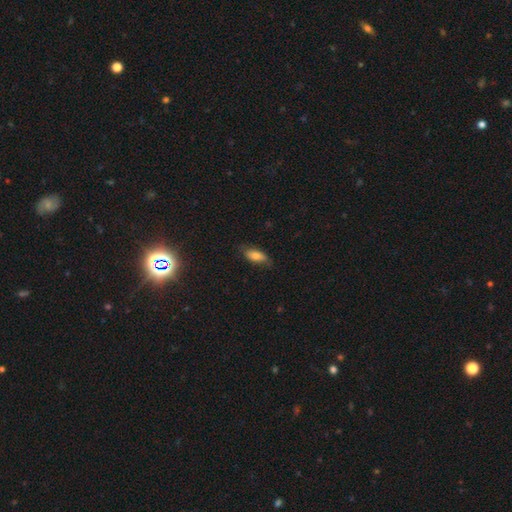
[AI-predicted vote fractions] Smooth or featured? smooth (76%)
How rounded? in between (81%)
Merging? none (71%)